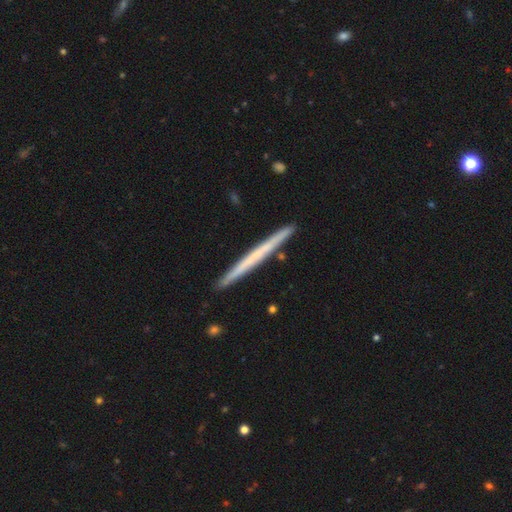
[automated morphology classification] smooth-or-featured: featured or disk: 54% | smooth: 41% | star or artifact: 5%
  disk-edge-on: yes: 97% | no: 3%
    edge-on-bulge: none: 87% | rounded: 9% | boxy: 3%
  merging: none: 91% | minor disturbance: 6% | merger: 1% | major disturbance: 1%